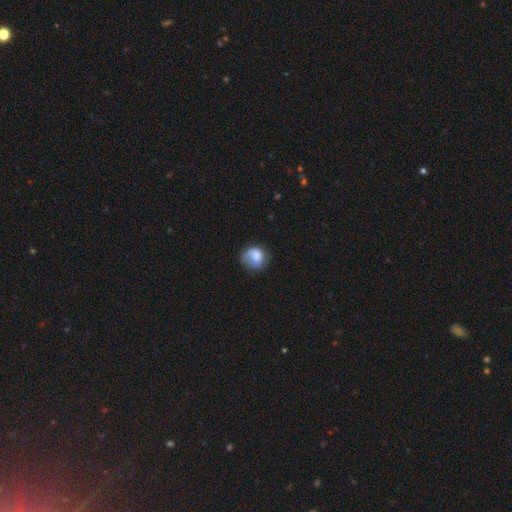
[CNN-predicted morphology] Overall: smooth (72%). How rounded: round (68%; in between 31%). Merging: none (47%; minor disturbance 29%).